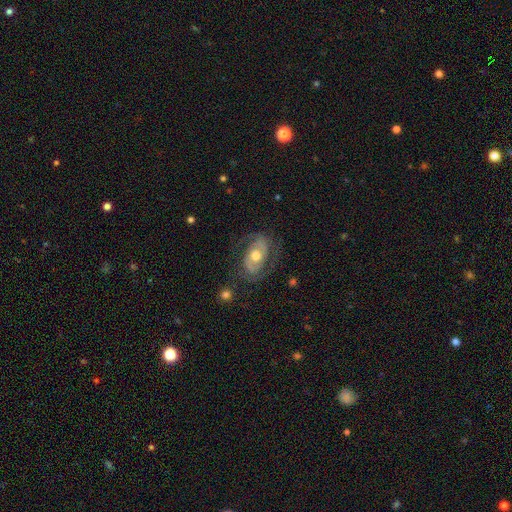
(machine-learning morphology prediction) Smooth or featured? Predicted: featured or disk (p=0.72). Edge-on disk? Predicted: no (p=0.95). Bar? Predicted: no (p=0.67). Spiral arms? Predicted: yes (p=0.73). Spiral winding? Predicted: medium (p=0.43). Spiral arm count? Predicted: 2 (p=0.75). Bulge size? Predicted: moderate (p=0.75). Merging? Predicted: none (p=0.67).